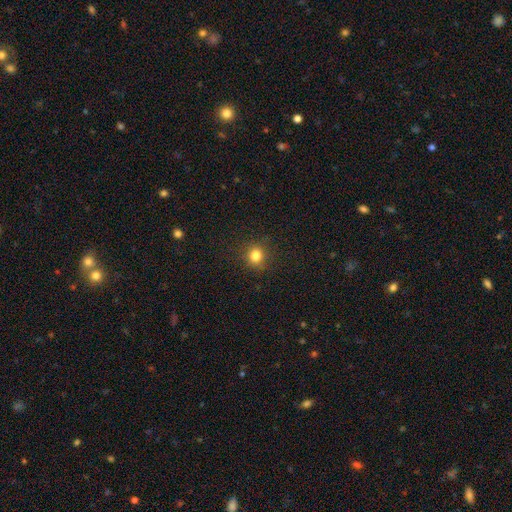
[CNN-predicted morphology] Overall: smooth (82%). How rounded: round (90%). Merging: none (90%).